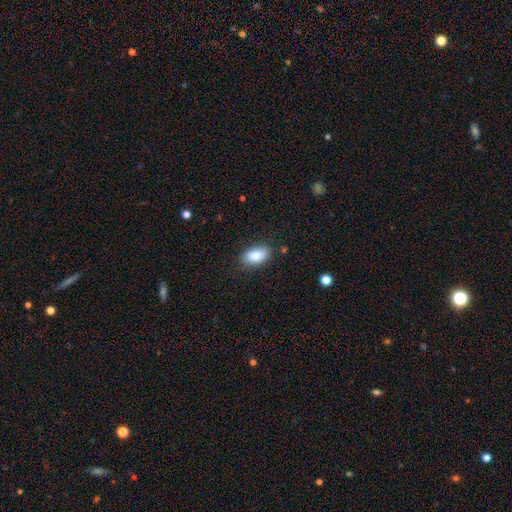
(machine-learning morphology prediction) This is clearly a smooth galaxy (85%). How rounded: clearly in between (91%). Merging: clearly none (80%).